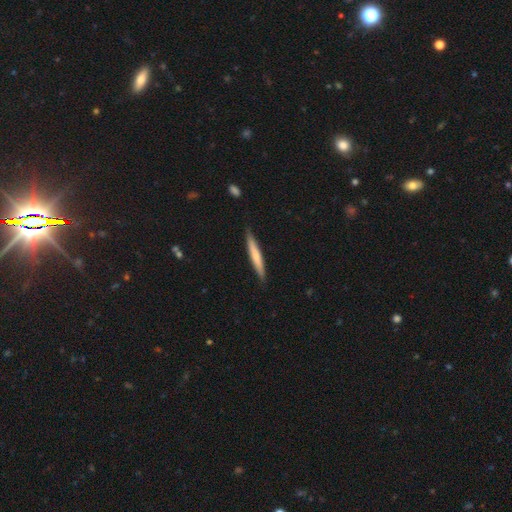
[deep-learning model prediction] smooth_or_featured: smooth (p=0.60) [alt: featured or disk p=0.35]
how_rounded: cigar-shaped (p=0.95) [alt: in between p=0.04]
merging: none (p=0.87) [alt: minor disturbance p=0.10]